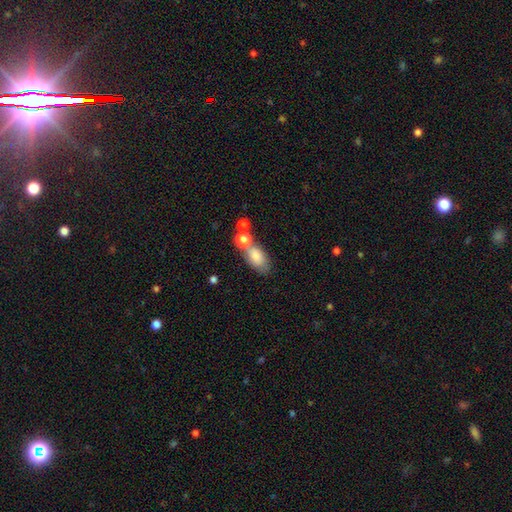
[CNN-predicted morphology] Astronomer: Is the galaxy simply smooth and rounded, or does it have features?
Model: smooth — 79%.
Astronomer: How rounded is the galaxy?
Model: in between — 87%.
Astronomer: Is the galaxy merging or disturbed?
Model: none — 47% (runner-up: merger, 29%).